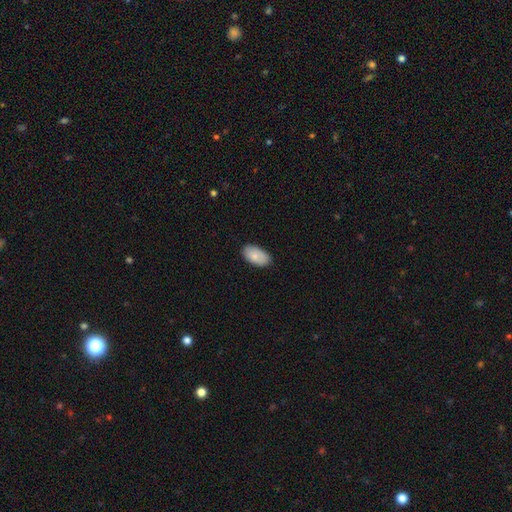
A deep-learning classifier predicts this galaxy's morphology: Smooth or featured?
  - smooth: 82% *
  - featured or disk: 12%
  - star or artifact: 6%
How rounded?
  - in between: 95% *
  - round: 3%
  - cigar-shaped: 2%
Merging?
  - none: 80% *
  - minor disturbance: 16%
  - major disturbance: 2%
  - merger: 1%